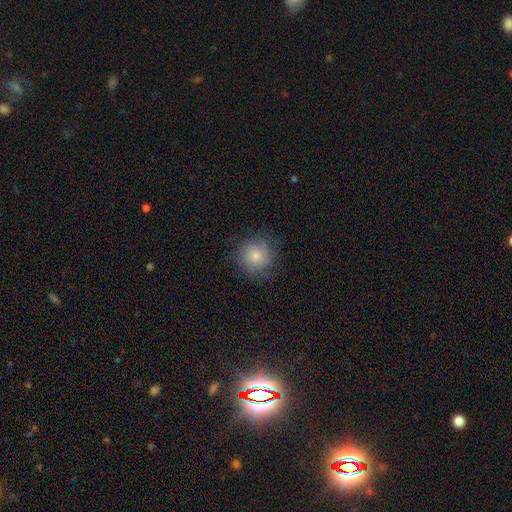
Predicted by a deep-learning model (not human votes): The model was most divided on "smooth or featured": smooth: 73%, featured or disk: 18%, star or artifact: 9%. More confident: how rounded — round (91%); merging — none (75%).